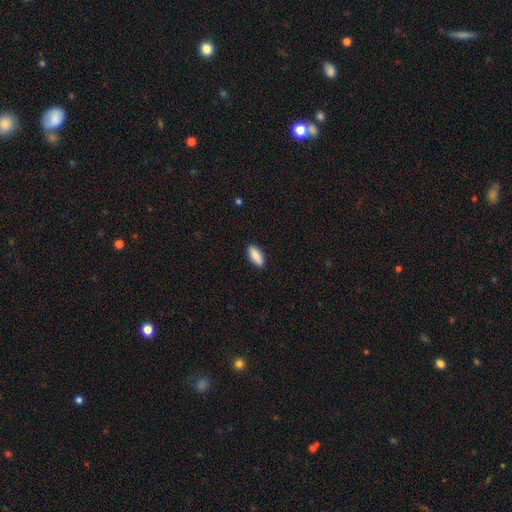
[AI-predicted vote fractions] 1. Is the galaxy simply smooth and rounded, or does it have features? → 86% smooth, 8% featured or disk, 6% star or artifact.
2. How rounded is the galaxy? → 78% in between, 19% cigar-shaped, 2% round.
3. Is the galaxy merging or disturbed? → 89% none, 8% minor disturbance, 2% major disturbance, 1% merger.